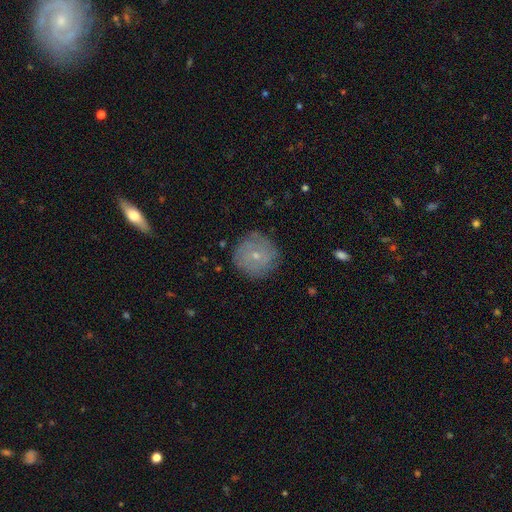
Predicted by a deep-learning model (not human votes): Morphology: type=featured or disk (48%); merging=none (81%).